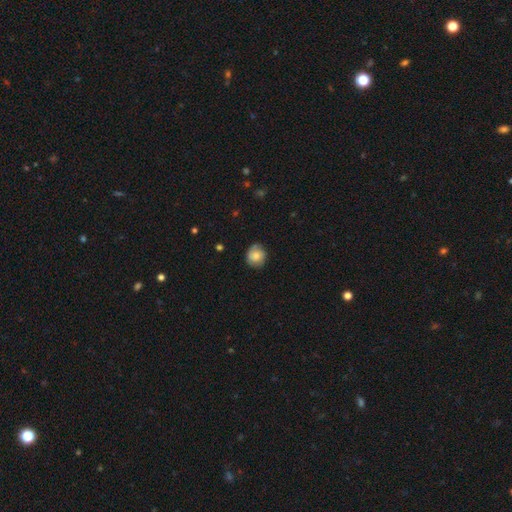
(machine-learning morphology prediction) This appears to be a smooth galaxy with no disk features (64%) that is round (81%). Merging: none (74%).